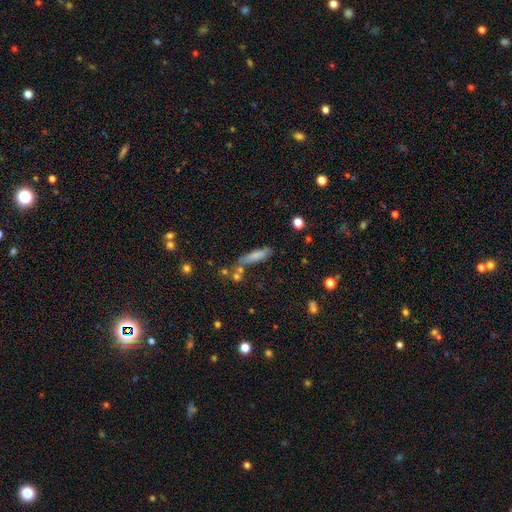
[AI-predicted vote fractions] This is likely a smooth galaxy (74%). How rounded: likely cigar-shaped (73%). Merging: possibly none (54%).